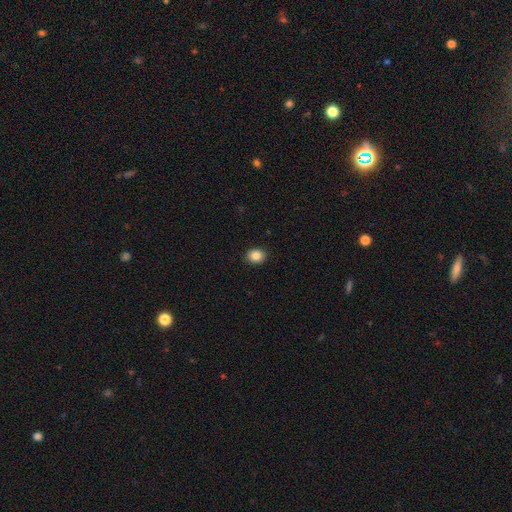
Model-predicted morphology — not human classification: Smooth or featured: smooth — 86% (star or artifact — 9%)
How rounded: round — 56% (in between — 43%)
Merging: none — 91% (minor disturbance — 6%)